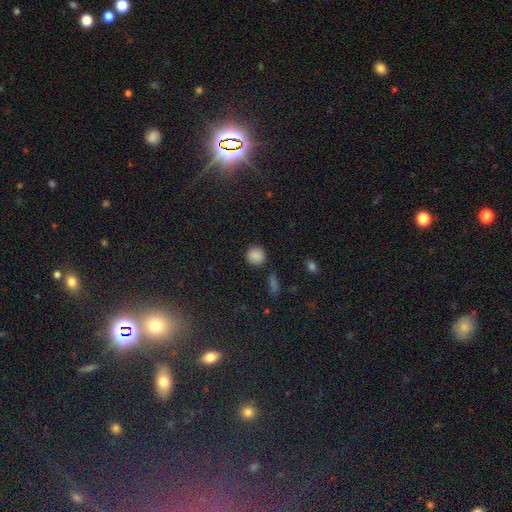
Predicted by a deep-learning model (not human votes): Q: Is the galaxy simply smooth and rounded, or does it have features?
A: smooth — 84%.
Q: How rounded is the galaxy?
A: round — 90%.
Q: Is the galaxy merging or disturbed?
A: none — 84%.